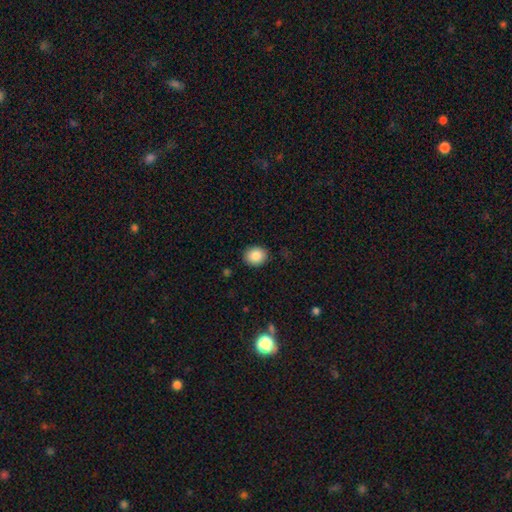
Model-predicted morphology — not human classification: A smooth galaxy with no disk features (88%) that is round (65%).

Vote fractions:
- Smooth or featured? smooth: 88% / star or artifact: 8% / featured or disk: 4%
- How rounded? round: 65% / in between: 34% / cigar-shaped: 1%
- Merging? none: 88% / minor disturbance: 9% / major disturbance: 2% / merger: 1%